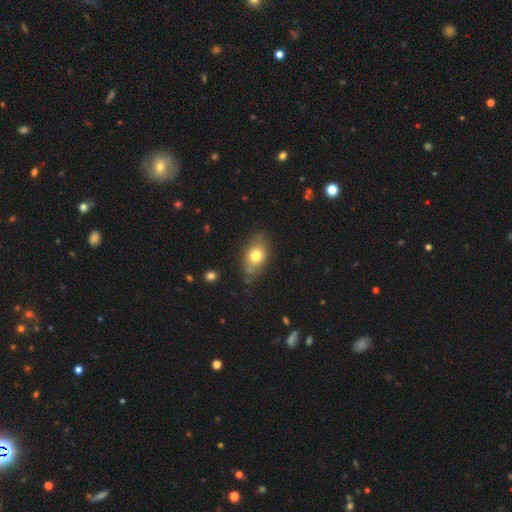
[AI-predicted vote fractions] Morphology: type=smooth (73%); roundness=in between (78%); merging=none (69%).